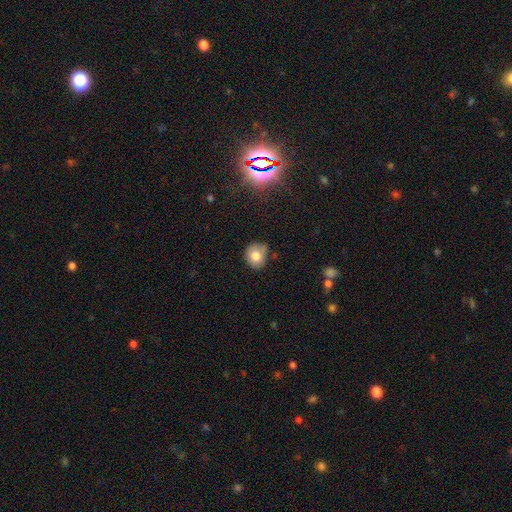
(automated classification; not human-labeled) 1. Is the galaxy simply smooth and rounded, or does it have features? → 78% smooth, 12% featured or disk, 10% star or artifact.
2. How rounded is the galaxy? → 71% round, 28% in between, 1% cigar-shaped.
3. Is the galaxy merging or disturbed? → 66% none, 25% minor disturbance, 5% major disturbance, 4% merger.